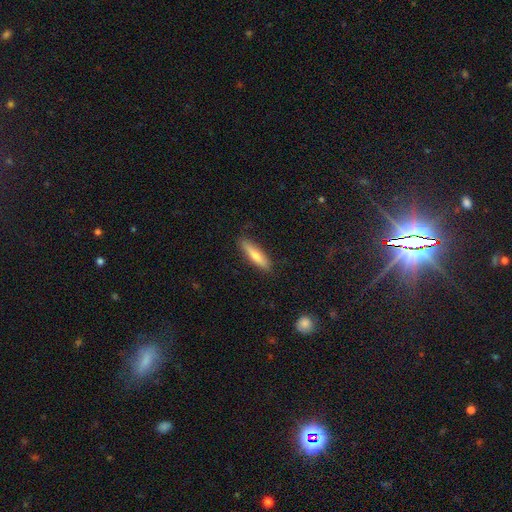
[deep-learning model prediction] Morphology: type=smooth (67%); roundness=cigar-shaped (77%); merging=none (85%).